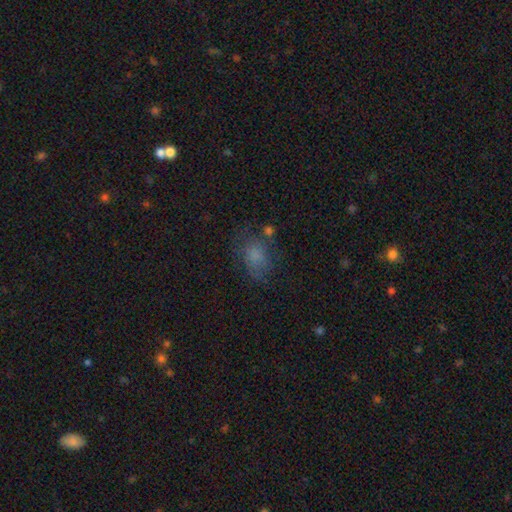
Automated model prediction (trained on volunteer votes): This appears to be a smooth galaxy with no disk features (66%) that is in between round and cigar-shaped (66%). Merging: none (54%).